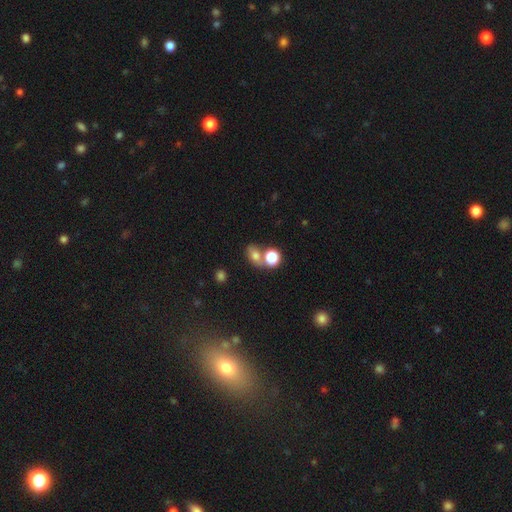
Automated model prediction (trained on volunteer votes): This appears to be a smooth galaxy with no disk features (69%) that is in between round and cigar-shaped (55%). Merging: none (43%).